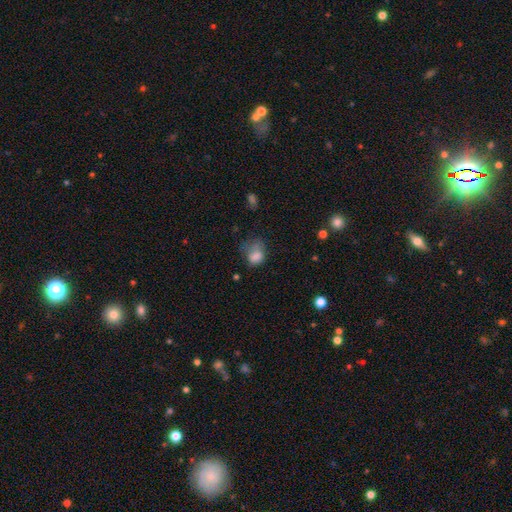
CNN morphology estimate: The model was most divided on "merging": major disturbance: 35%, minor disturbance: 31%, none: 28%, merger: 7%. More confident: smooth or featured — smooth (76%); how rounded — in between (57%).